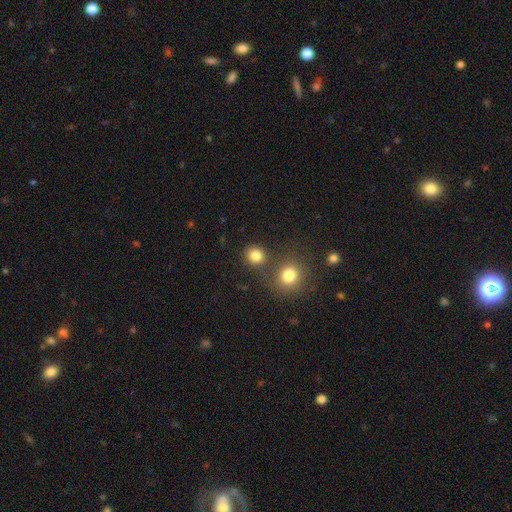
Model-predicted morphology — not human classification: A smooth galaxy with no disk features (82%) that is round (87%). Merging: none (76%).